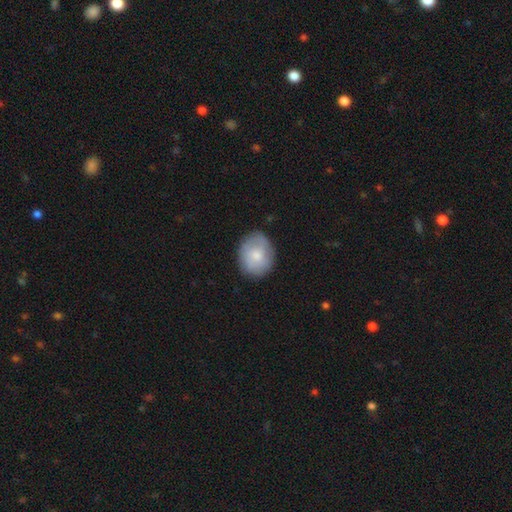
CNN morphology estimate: Smooth or featured? smooth (70%)
How rounded? round (57%)
Merging? none (78%)